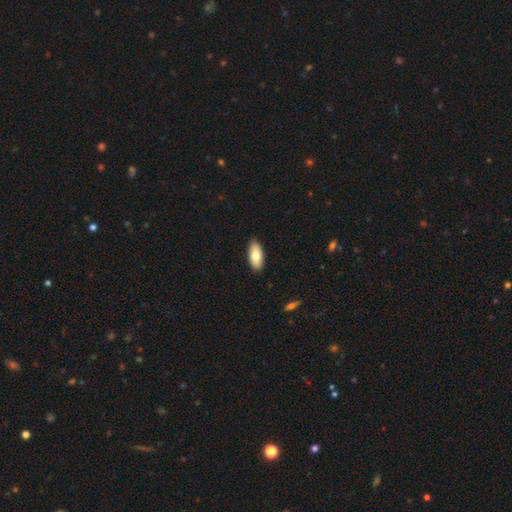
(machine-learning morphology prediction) Smooth or featured?
  - smooth: 79% *
  - featured or disk: 15%
  - star or artifact: 6%
How rounded?
  - in between: 87% *
  - cigar-shaped: 11%
  - round: 2%
Merging?
  - none: 89% *
  - minor disturbance: 9%
  - major disturbance: 2%
  - merger: 1%